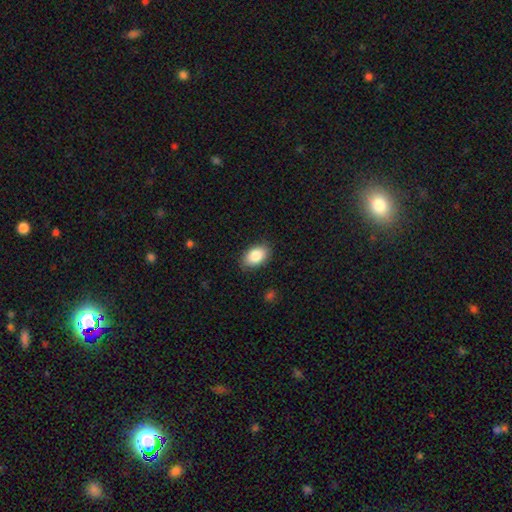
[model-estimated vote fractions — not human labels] Smooth or featured?
  - smooth: 87% *
  - star or artifact: 7%
  - featured or disk: 6%
How rounded?
  - in between: 90% *
  - round: 9%
  - cigar-shaped: 1%
Merging?
  - none: 86% *
  - minor disturbance: 10%
  - major disturbance: 2%
  - merger: 1%